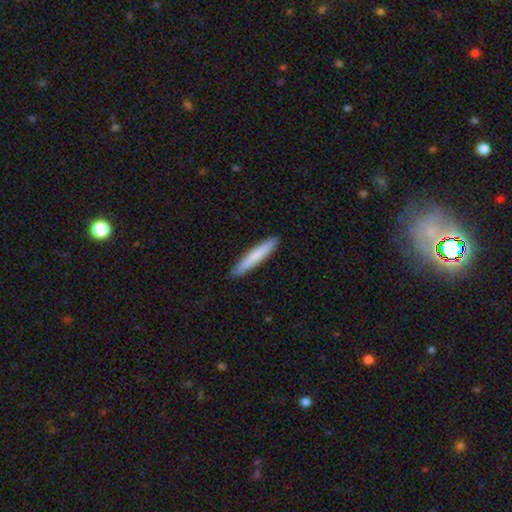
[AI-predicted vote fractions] Smooth or featured?
  - smooth: 77% *
  - featured or disk: 18%
  - star or artifact: 5%
How rounded?
  - cigar-shaped: 95% *
  - in between: 4%
  - round: 1%
Merging?
  - none: 91% *
  - minor disturbance: 6%
  - major disturbance: 1%
  - merger: 1%